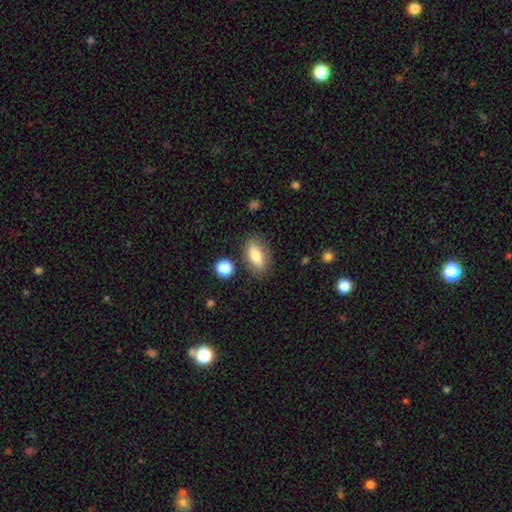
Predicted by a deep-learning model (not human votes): smooth_or_featured: smooth (p=0.77) [alt: featured or disk p=0.15]
how_rounded: in between (p=0.85) [alt: cigar-shaped p=0.08]
merging: none (p=0.78) [alt: minor disturbance p=0.14]